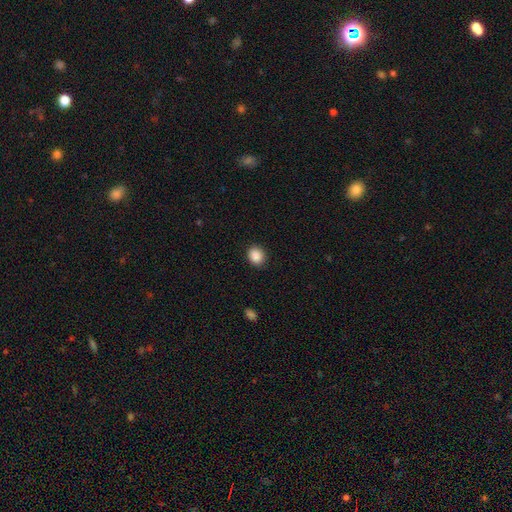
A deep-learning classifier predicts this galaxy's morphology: The model was most divided on "how rounded": round: 66%, in between: 33%, cigar-shaped: 1%. More confident: merging — none (90%); smooth or featured — smooth (89%).